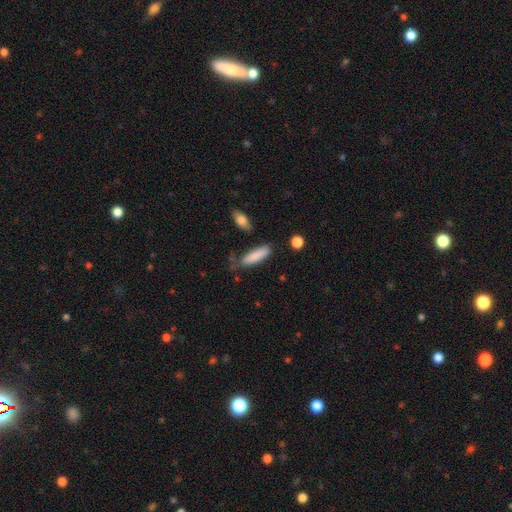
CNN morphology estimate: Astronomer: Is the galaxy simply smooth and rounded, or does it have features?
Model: smooth — 85%.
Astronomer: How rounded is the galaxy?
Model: cigar-shaped — 62%.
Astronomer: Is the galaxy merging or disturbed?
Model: none — 71%.